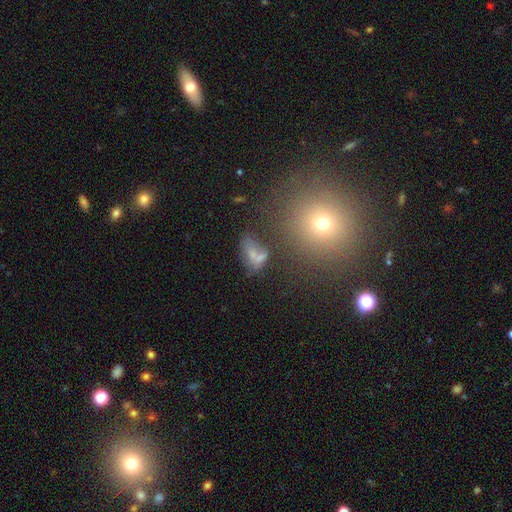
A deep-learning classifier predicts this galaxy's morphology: Smooth or featured: smooth — 56% (featured or disk — 24%)
How rounded: in between — 78% (round — 16%)
Merging: merger — 34% (none — 32%)